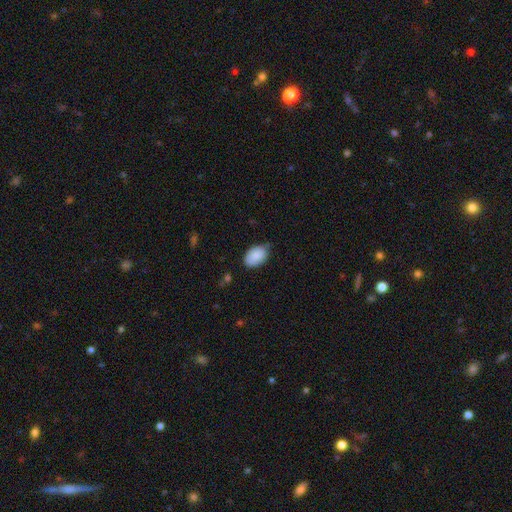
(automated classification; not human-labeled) smooth-or-featured: smooth: 89% | star or artifact: 6% | featured or disk: 5%
  how-rounded: in between: 90% | round: 9% | cigar-shaped: 1%
  merging: none: 72% | minor disturbance: 23% | major disturbance: 4% | merger: 2%